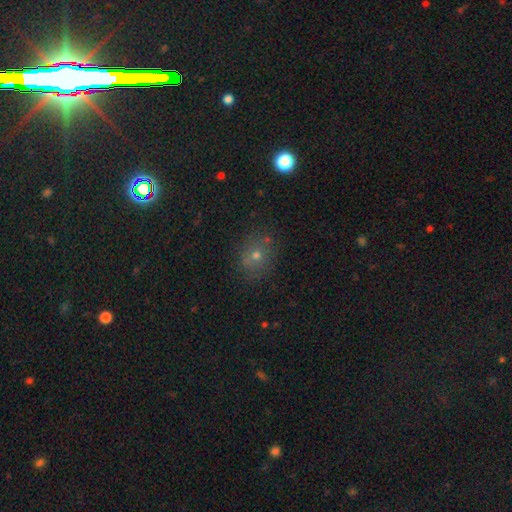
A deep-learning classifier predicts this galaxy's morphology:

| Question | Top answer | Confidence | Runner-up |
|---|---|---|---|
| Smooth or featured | smooth | 59% | star or artifact (26%) |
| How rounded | round | 68% | in between (31%) |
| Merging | none | 80% | minor disturbance (13%) |